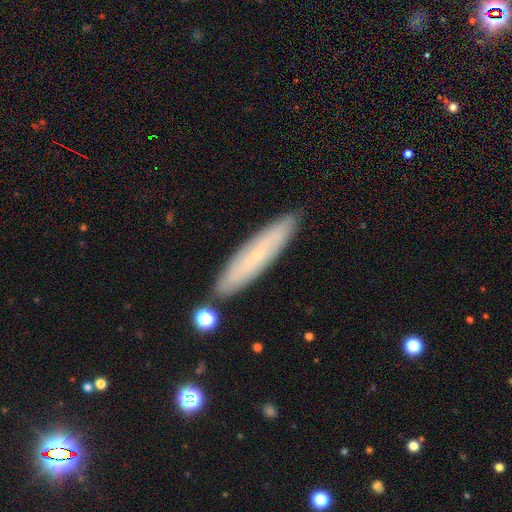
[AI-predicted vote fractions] This is possibly a smooth galaxy (56%). How rounded: clearly cigar-shaped (85%). Merging: clearly none (86%).